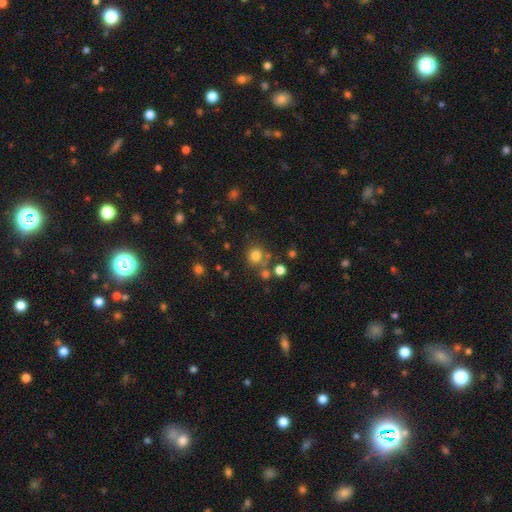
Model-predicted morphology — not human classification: type=smooth (77%); roundness=round (89%); merging=none (71%).